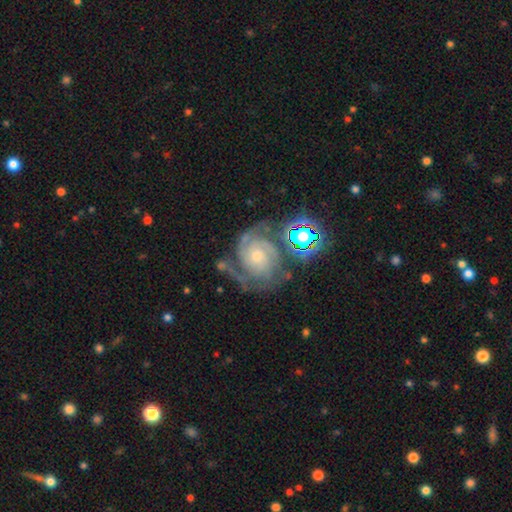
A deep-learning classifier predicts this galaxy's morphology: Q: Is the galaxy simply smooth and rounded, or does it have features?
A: featured or disk — 84%.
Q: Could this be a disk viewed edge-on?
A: no — 98%.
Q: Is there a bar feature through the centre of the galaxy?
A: no — 75%.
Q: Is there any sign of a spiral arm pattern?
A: yes — 96%.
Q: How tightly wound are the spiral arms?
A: tight — 63%.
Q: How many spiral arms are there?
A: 2 — 39%.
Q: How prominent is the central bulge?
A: small — 59%.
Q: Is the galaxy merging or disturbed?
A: none — 50%.